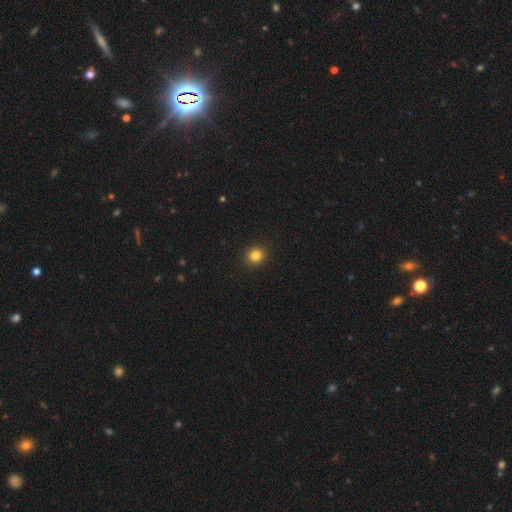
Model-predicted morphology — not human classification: This appears to be a smooth galaxy with no disk features (83%) that is round (84%). Merging: none (92%).